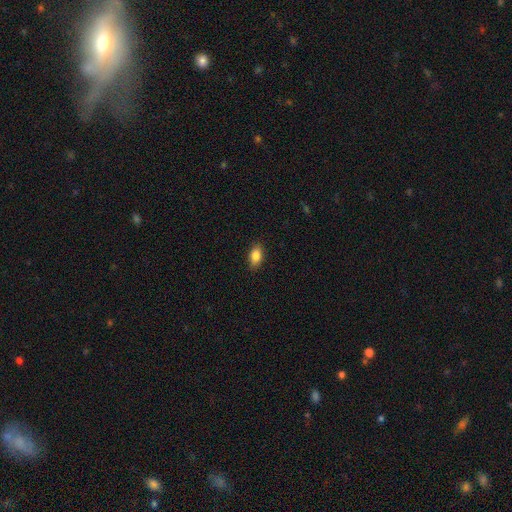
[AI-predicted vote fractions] Smooth or featured?
  - smooth: 85% *
  - star or artifact: 8%
  - featured or disk: 7%
How rounded?
  - in between: 88% *
  - round: 8%
  - cigar-shaped: 3%
Merging?
  - none: 88% *
  - minor disturbance: 9%
  - major disturbance: 2%
  - merger: 1%